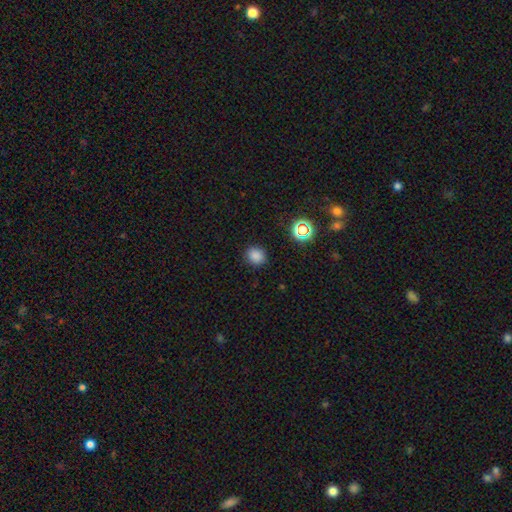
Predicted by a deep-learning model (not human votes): Smooth or featured?
  - smooth: 82% *
  - star or artifact: 15%
  - featured or disk: 4%
How rounded?
  - round: 79% *
  - in between: 20%
  - cigar-shaped: 1%
Merging?
  - none: 88% *
  - minor disturbance: 8%
  - major disturbance: 3%
  - merger: 1%